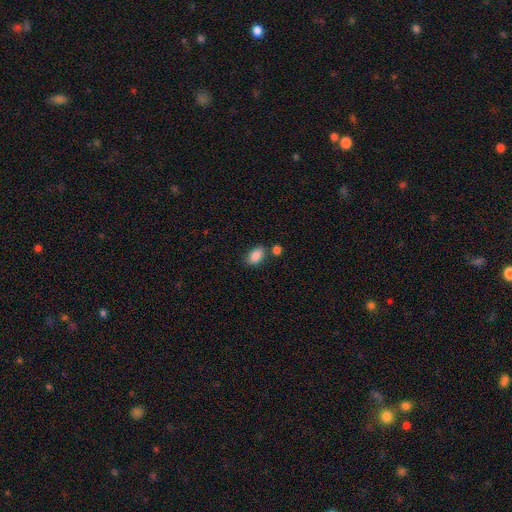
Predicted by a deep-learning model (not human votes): The model was most divided on "merging": none: 72%, minor disturbance: 14%, merger: 10%, major disturbance: 4%. More confident: how rounded — in between (89%); smooth or featured — smooth (88%).